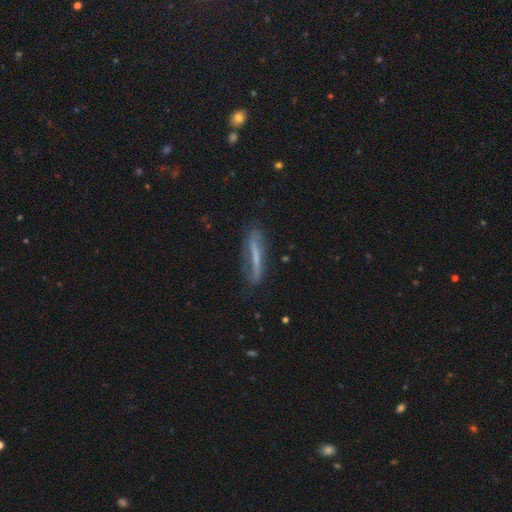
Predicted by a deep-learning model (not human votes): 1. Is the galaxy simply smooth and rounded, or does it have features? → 55% featured or disk, 37% smooth, 9% star or artifact.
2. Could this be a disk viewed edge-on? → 59% yes, 41% no.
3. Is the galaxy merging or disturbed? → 71% none, 20% minor disturbance, 7% major disturbance, 2% merger.